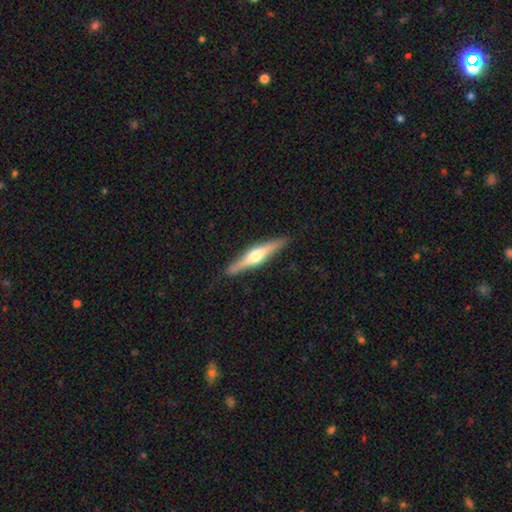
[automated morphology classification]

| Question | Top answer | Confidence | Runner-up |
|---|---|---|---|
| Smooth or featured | featured or disk | 67% | smooth (28%) |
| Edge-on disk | yes | 97% | no (3%) |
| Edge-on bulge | rounded | 90% | boxy (7%) |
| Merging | none | 89% | minor disturbance (8%) |